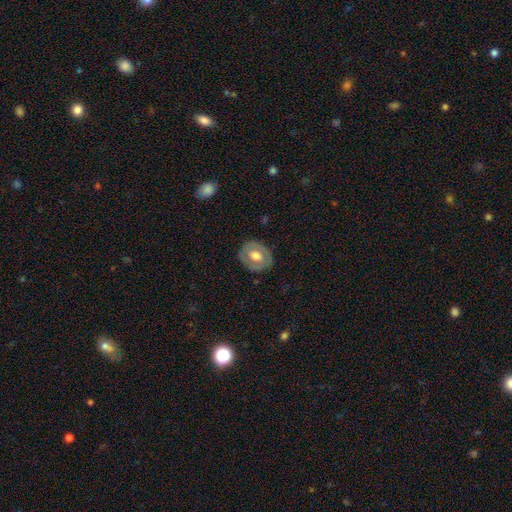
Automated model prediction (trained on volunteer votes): This is possibly a smooth galaxy (50%). Merging: clearly none (82%).